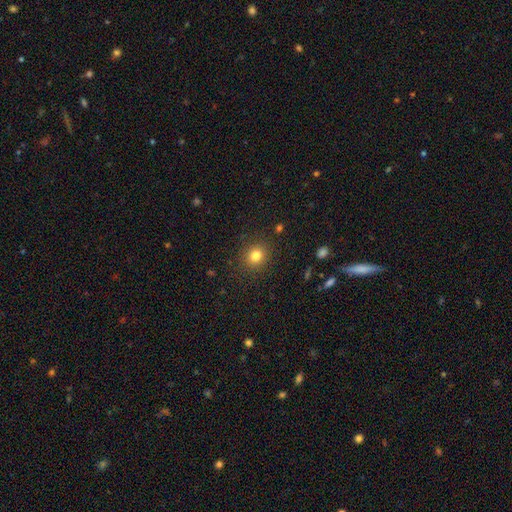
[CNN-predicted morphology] smooth-or-featured: smooth: 81% | star or artifact: 12% | featured or disk: 6%
  how-rounded: round: 76% | in between: 24% | cigar-shaped: 1%
  merging: none: 88% | minor disturbance: 8% | major disturbance: 3% | merger: 1%